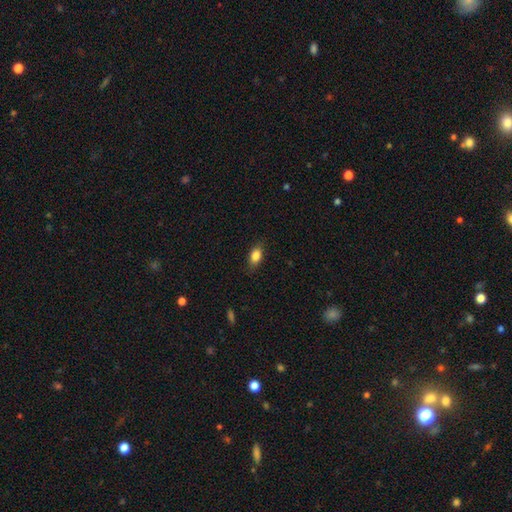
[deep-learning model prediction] Smooth or featured? smooth (85%)
How rounded? in between (85%)
Merging? none (82%)